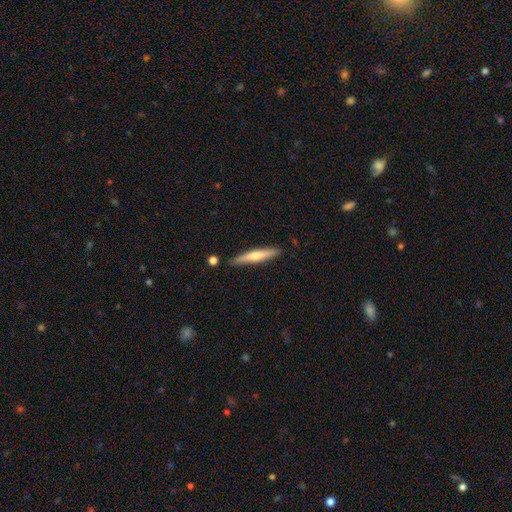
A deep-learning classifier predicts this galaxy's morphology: Smooth or featured? Predicted: smooth (p=0.53). How rounded? Predicted: cigar-shaped (p=0.91). Merging? Predicted: none (p=0.85).